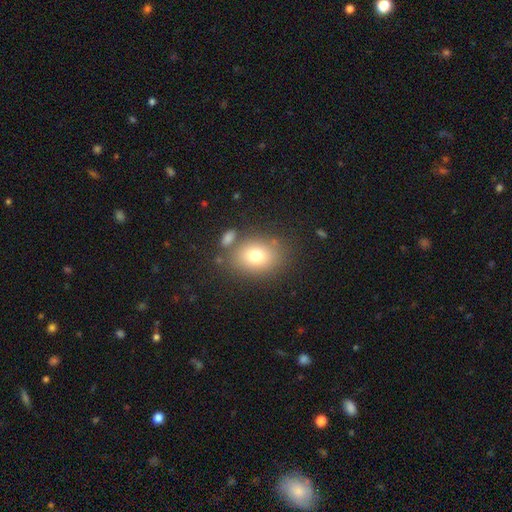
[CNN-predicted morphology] A smooth galaxy with no disk features (76%) that is in between round and cigar-shaped (54%). Merging: none (72%).